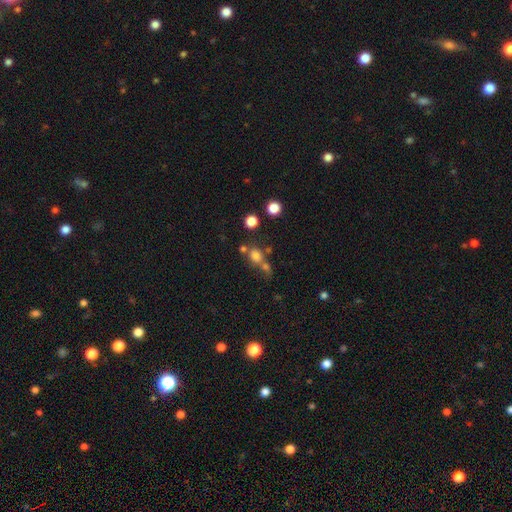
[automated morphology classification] smooth 73%, star or artifact 17%, featured or disk 10%. Down the decision tree: how rounded — round (71%); merging — none (47%).